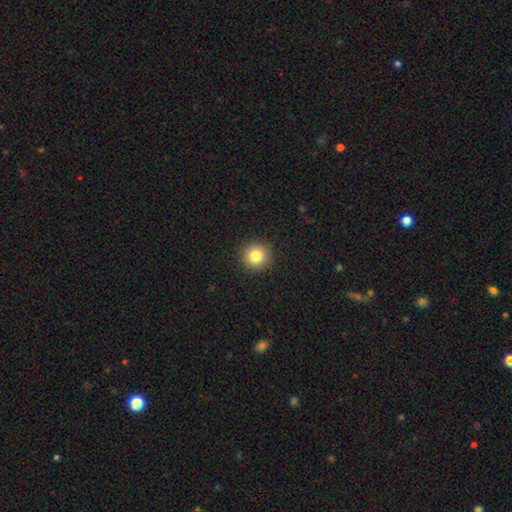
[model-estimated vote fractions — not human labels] Smooth or featured? Predicted: smooth (p=0.82). How rounded? Predicted: round (p=0.93). Merging? Predicted: none (p=0.91).